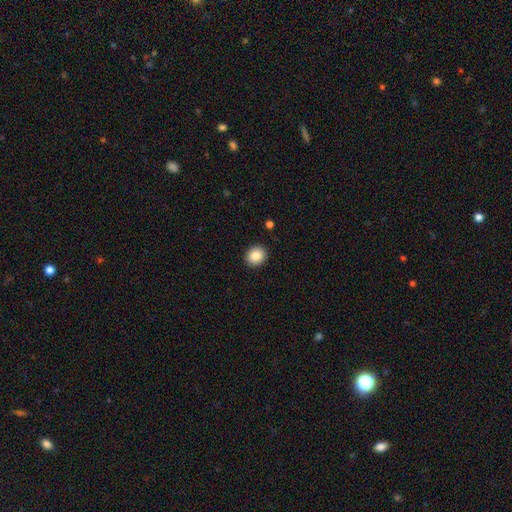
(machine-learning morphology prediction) A smooth galaxy with no disk features (87%) that is round (72%). Merging: none (91%).